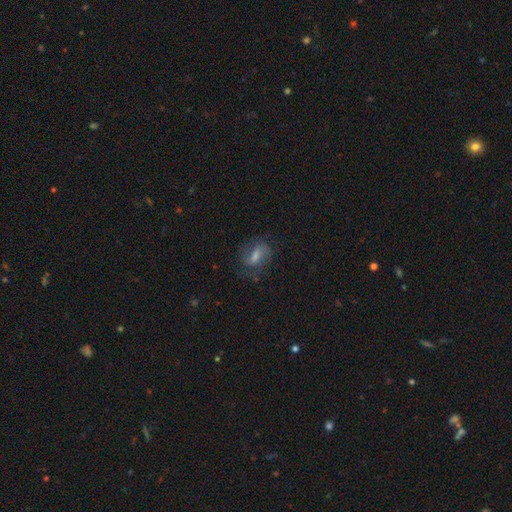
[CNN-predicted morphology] A featured or disk galaxy (51%).

Vote fractions:
- Smooth or featured? featured or disk: 51% / smooth: 40% / star or artifact: 9%
- Edge-on disk? no: 94% / yes: 6%
- Merging? none: 62% / minor disturbance: 22% / major disturbance: 14% / merger: 2%